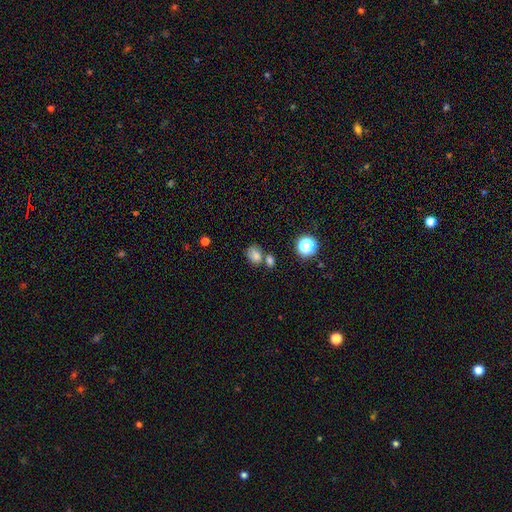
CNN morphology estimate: type=smooth (77%); roundness=in between (60%); merging=none (53%).